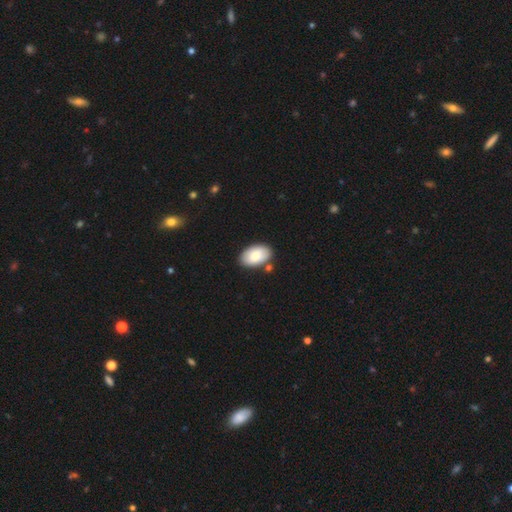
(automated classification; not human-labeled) smooth_or_featured: smooth (p=0.79) [alt: featured or disk p=0.15]
how_rounded: in between (p=0.94) [alt: round p=0.05]
merging: none (p=0.78) [alt: minor disturbance p=0.12]